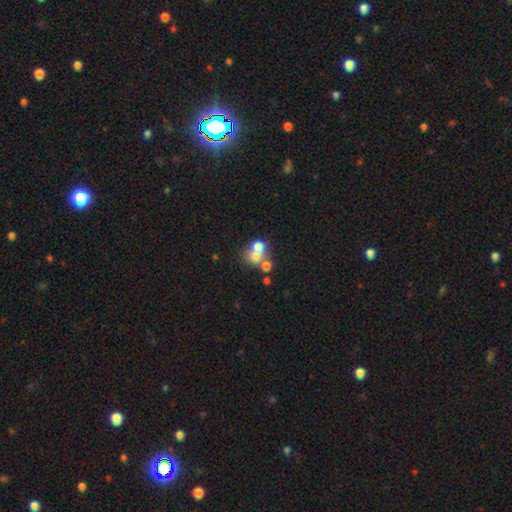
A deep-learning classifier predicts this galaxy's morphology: The model was most divided on "merging": merger: 56%, none: 32%, minor disturbance: 7%, major disturbance: 5%. More confident: how rounded — round (75%); smooth or featured — smooth (61%).